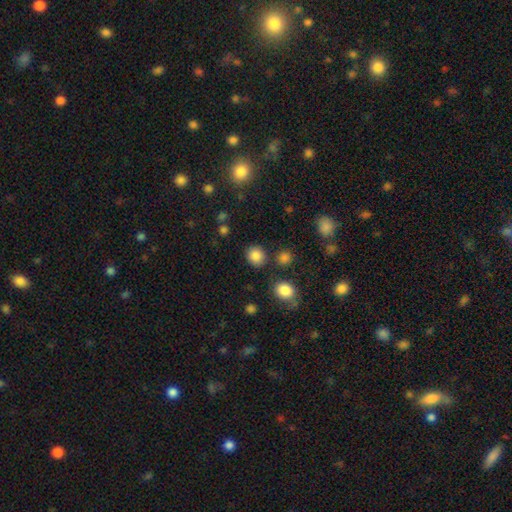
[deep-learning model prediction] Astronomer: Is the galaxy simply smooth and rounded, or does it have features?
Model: smooth — 84%.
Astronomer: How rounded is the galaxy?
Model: round — 79%.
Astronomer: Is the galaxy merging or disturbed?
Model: none — 80%.